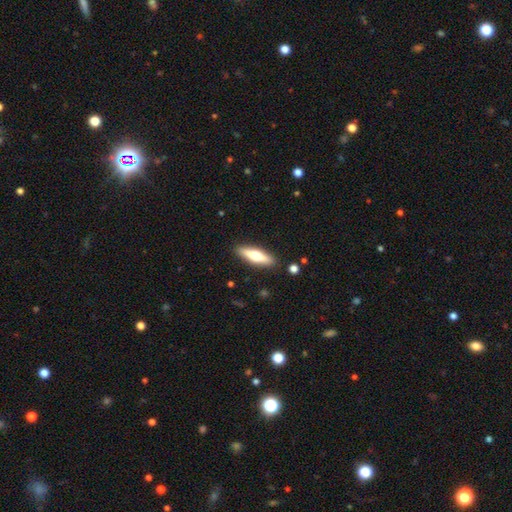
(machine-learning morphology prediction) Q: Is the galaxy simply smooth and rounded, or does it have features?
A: smooth — 51%.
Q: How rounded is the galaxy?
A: cigar-shaped — 63%.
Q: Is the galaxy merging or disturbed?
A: none — 89%.